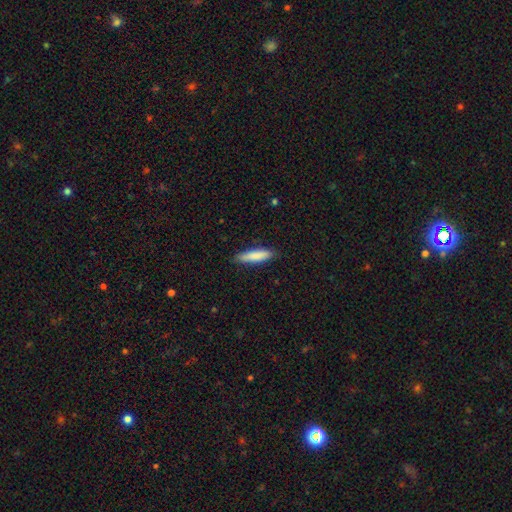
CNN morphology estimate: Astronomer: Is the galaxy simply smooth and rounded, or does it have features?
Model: smooth — 84%.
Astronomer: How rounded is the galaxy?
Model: cigar-shaped — 77%.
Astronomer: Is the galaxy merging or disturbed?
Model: none — 86%.